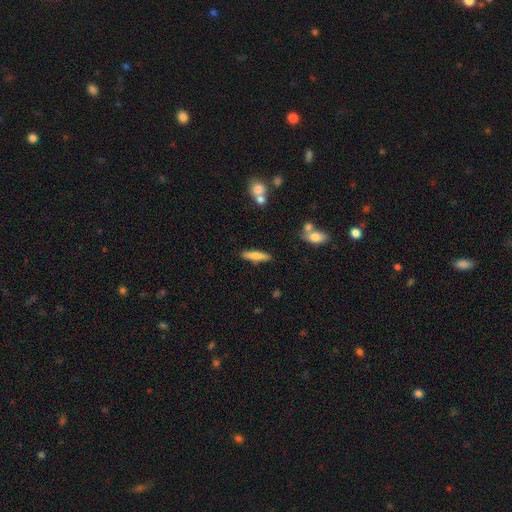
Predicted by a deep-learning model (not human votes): A smooth galaxy with no disk features (65%) that is cigar-shaped (78%). Merging: none (86%).